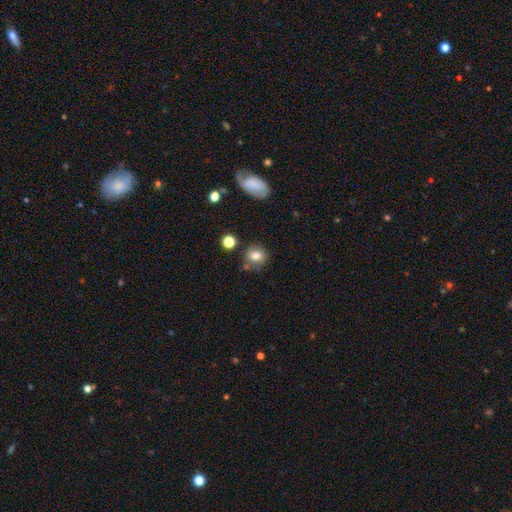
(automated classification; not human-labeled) This is likely a smooth galaxy (77%). How rounded: likely round (75%). Merging: likely none (75%).